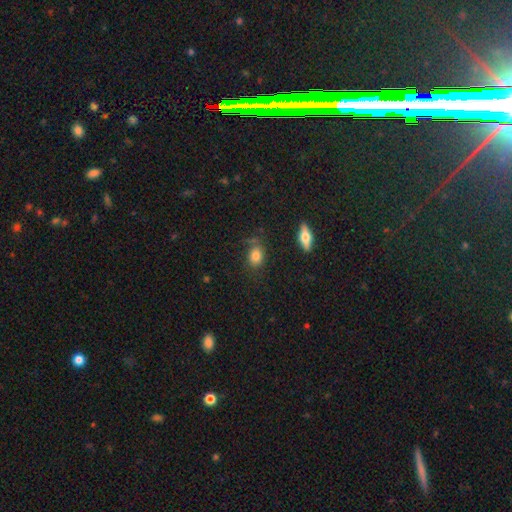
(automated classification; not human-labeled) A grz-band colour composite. It shows a smooth galaxy with no disk features (80%) that is in between round and cigar-shaped (61%). Merging: none (68%).